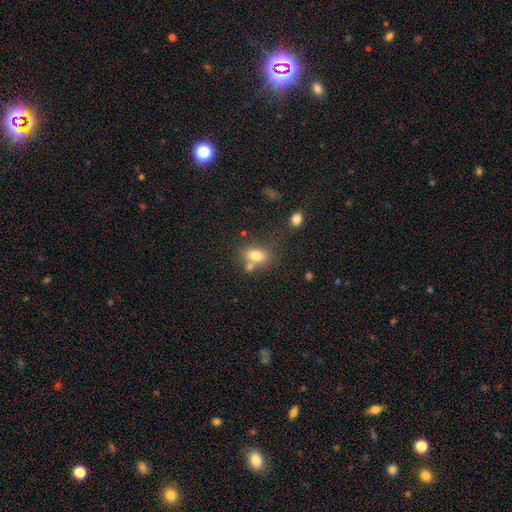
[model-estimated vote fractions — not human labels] smooth_or_featured: smooth (p=0.77) [alt: featured or disk p=0.13]
how_rounded: in between (p=0.77) [alt: round p=0.20]
merging: none (p=0.49) [alt: merger p=0.31]